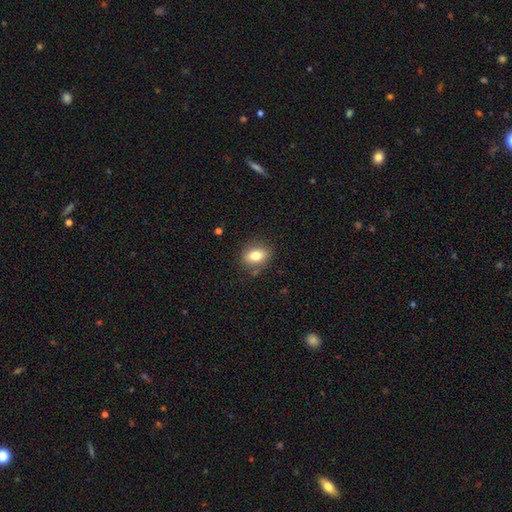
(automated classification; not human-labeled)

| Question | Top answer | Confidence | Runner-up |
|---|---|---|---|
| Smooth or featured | smooth | 79% | featured or disk (12%) |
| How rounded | in between | 73% | round (25%) |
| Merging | none | 82% | minor disturbance (12%) |